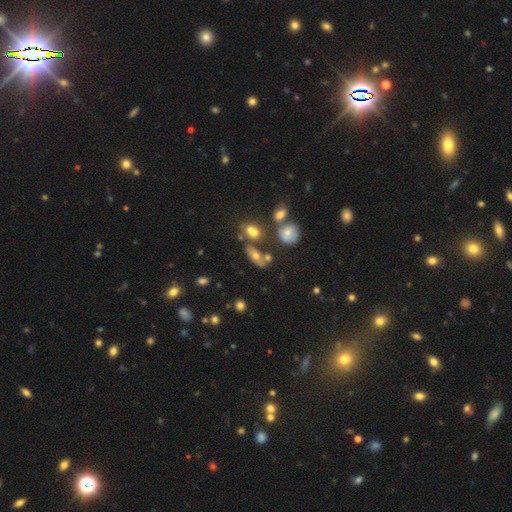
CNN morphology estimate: This is possibly a smooth galaxy (58%). How rounded: likely in between (74%). Merging: possibly none (49%).